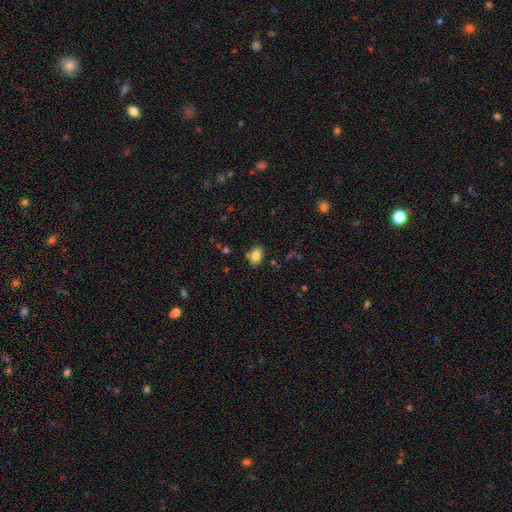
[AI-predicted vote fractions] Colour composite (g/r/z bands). It shows a smooth galaxy with no disk features (81%) that is in between round and cigar-shaped (76%). Merging: none (74%).